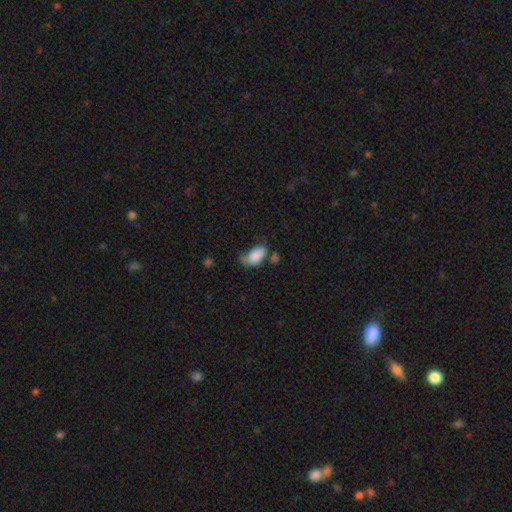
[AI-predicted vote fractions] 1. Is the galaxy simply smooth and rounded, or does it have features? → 84% smooth, 8% star or artifact, 8% featured or disk.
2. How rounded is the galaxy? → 93% in between, 5% round, 2% cigar-shaped.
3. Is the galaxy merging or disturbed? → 41% none, 32% minor disturbance, 15% major disturbance, 12% merger.